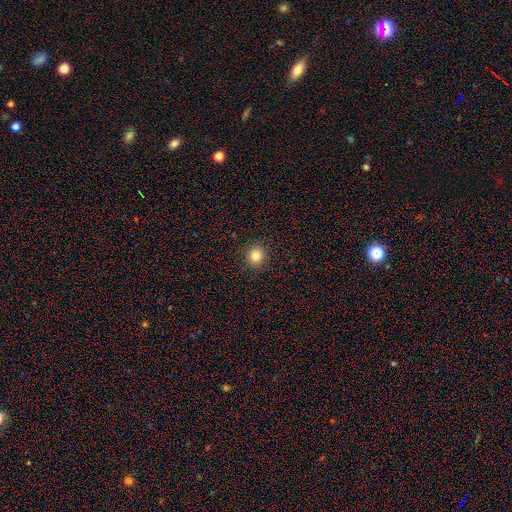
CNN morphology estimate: Q: Smooth or featured?
A: smooth (82%); runner-up: star or artifact (12%)
Q: How rounded?
A: round (89%); runner-up: in between (10%)
Q: Merging?
A: none (92%); runner-up: minor disturbance (5%)